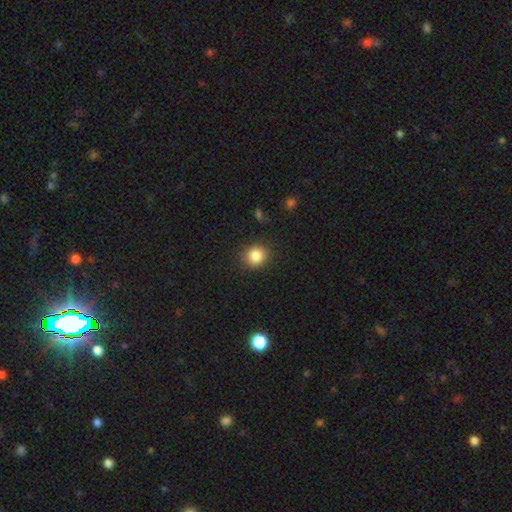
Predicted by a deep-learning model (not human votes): This is clearly a smooth galaxy (85%). How rounded: clearly round (87%). Merging: clearly none (88%).